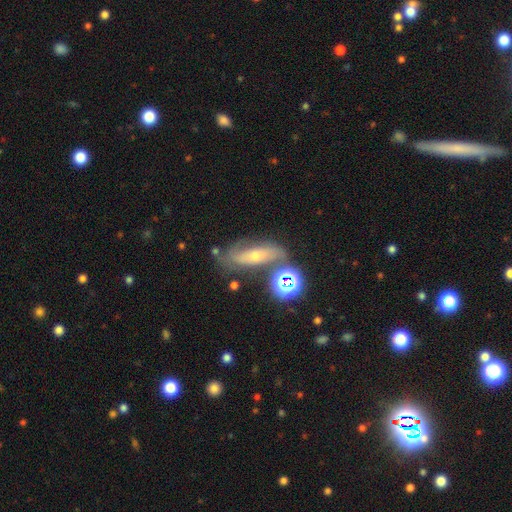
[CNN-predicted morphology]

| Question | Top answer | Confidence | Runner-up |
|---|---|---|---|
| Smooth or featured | featured or disk | 57% | smooth (27%) |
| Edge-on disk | no | 75% | yes (25%) |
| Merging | none | 57% | minor disturbance (21%) |